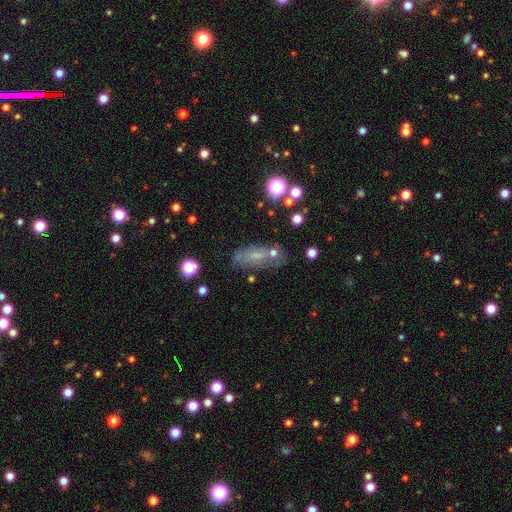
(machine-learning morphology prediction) Smooth or featured? Predicted: smooth (p=0.45). Merging? Predicted: none (p=0.56).